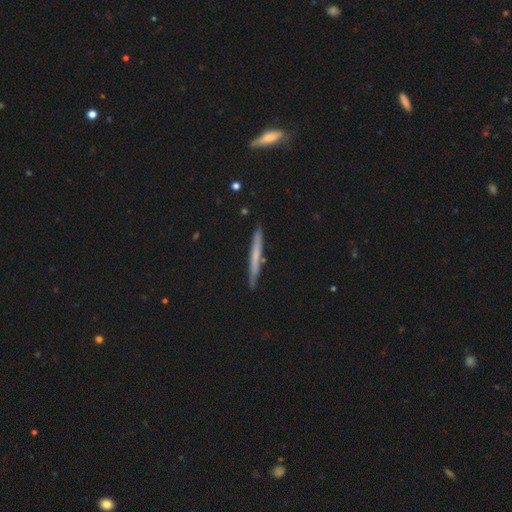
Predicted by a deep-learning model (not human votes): Smooth or featured: smooth — 51% (featured or disk — 43%)
How rounded: cigar-shaped — 97% (in between — 2%)
Merging: none — 88% (minor disturbance — 8%)